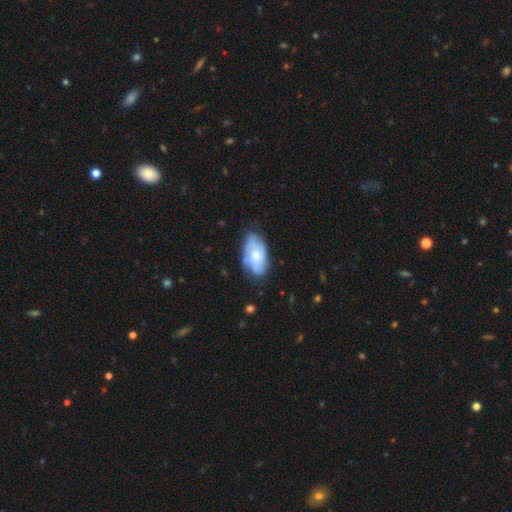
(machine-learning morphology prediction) The model was most divided on "smooth or featured": smooth: 60%, featured or disk: 34%, star or artifact: 6%. More confident: how rounded — in between (94%); merging — none (65%).